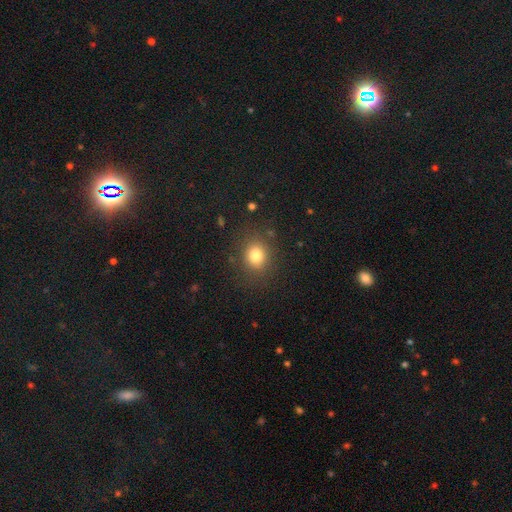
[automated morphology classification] Q: Smooth or featured?
A: smooth (79%); runner-up: star or artifact (13%)
Q: How rounded?
A: round (70%); runner-up: in between (29%)
Q: Merging?
A: none (84%); runner-up: minor disturbance (10%)